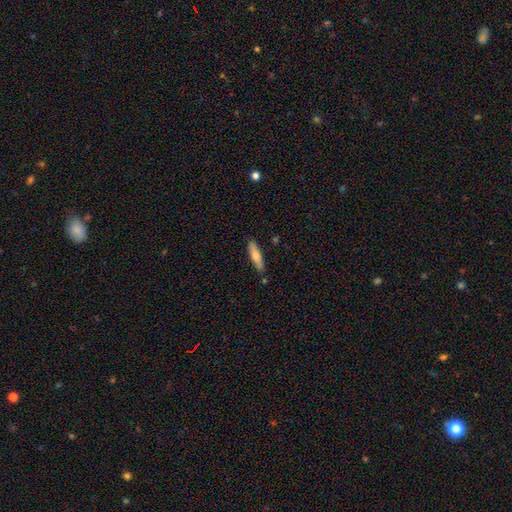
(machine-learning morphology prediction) smooth_or_featured: smooth (p=0.69) [alt: featured or disk p=0.25]
how_rounded: cigar-shaped (p=0.71) [alt: in between p=0.27]
merging: none (p=0.84) [alt: minor disturbance p=0.11]